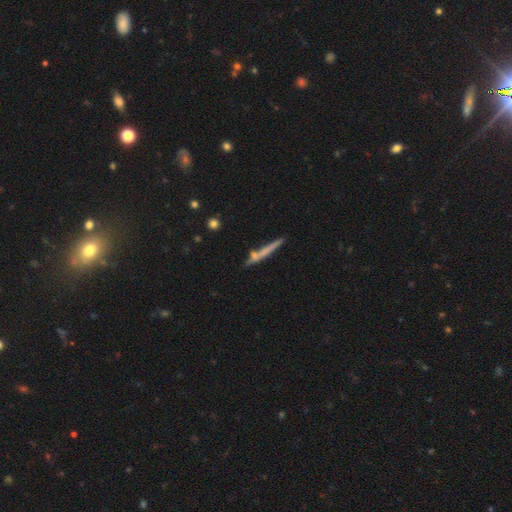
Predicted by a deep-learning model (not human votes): Morphology: type=smooth (51%); roundness=cigar-shaped (94%); merging=none (74%).